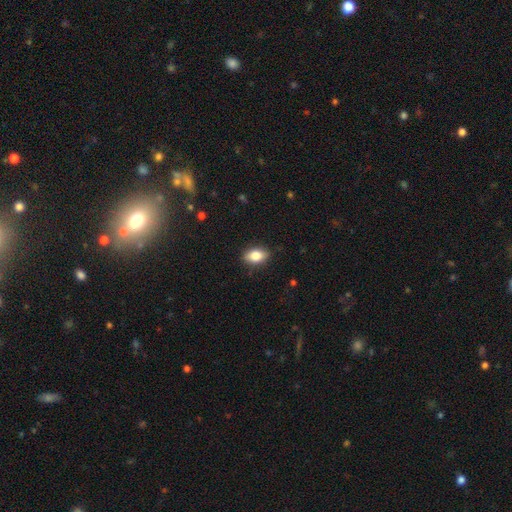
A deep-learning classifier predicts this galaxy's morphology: smooth-or-featured: smooth: 82% | featured or disk: 10% | star or artifact: 8%
  how-rounded: in between: 85% | round: 12% | cigar-shaped: 3%
  merging: none: 86% | minor disturbance: 10% | major disturbance: 2% | merger: 1%